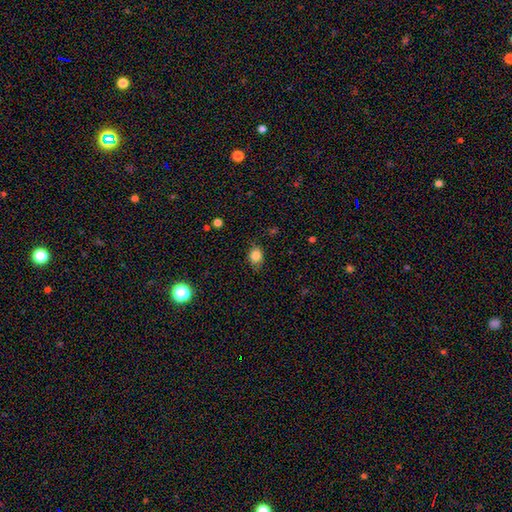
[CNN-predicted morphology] Overall: smooth (83%). How rounded: in between (56%; round 43%). Merging: none (80%).